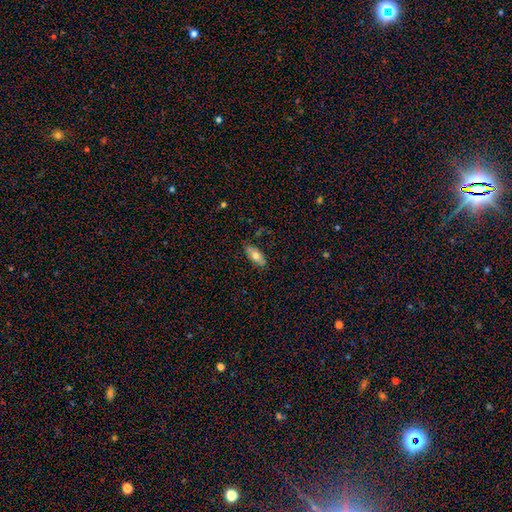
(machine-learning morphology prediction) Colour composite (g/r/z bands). It shows a smooth galaxy with no disk features (71%) that is in between round and cigar-shaped (83%). Merging: none (82%).